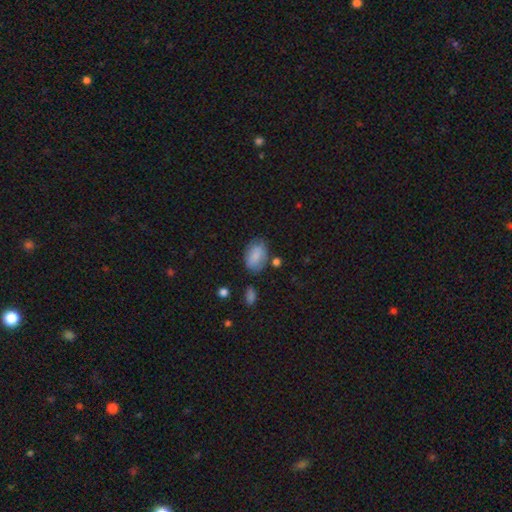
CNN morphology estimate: smooth_or_featured: smooth (p=0.80) [alt: featured or disk p=0.12]
how_rounded: in between (p=0.87) [alt: round p=0.11]
merging: none (p=0.65) [alt: minor disturbance p=0.23]